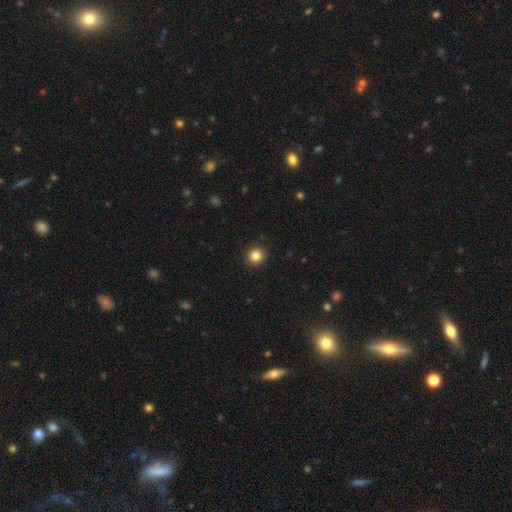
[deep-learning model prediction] Q: Smooth or featured?
A: smooth (85%); runner-up: star or artifact (11%)
Q: How rounded?
A: round (93%); runner-up: in between (6%)
Q: Merging?
A: none (93%); runner-up: minor disturbance (5%)